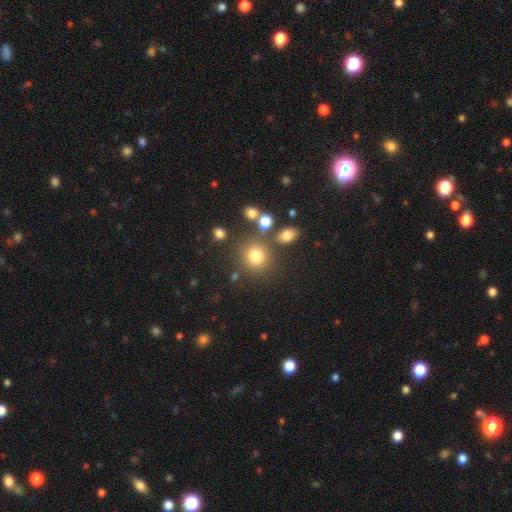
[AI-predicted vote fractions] This appears to be a smooth galaxy with no disk features (76%) that is round (87%). Merging: none (75%).